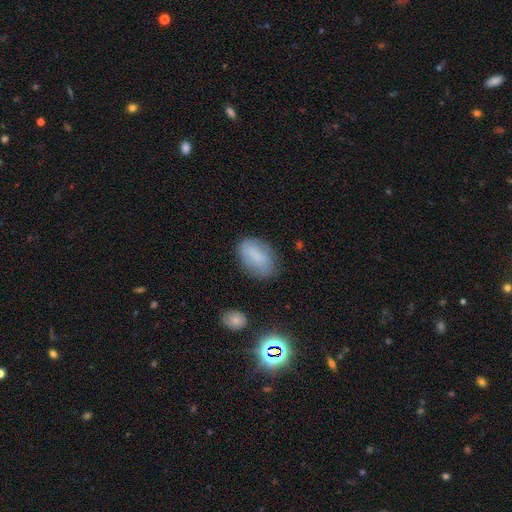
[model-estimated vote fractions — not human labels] smooth-or-featured: smooth: 76% | featured or disk: 14% | star or artifact: 10%
  how-rounded: in between: 89% | round: 9% | cigar-shaped: 2%
  merging: none: 73% | minor disturbance: 19% | major disturbance: 6% | merger: 2%